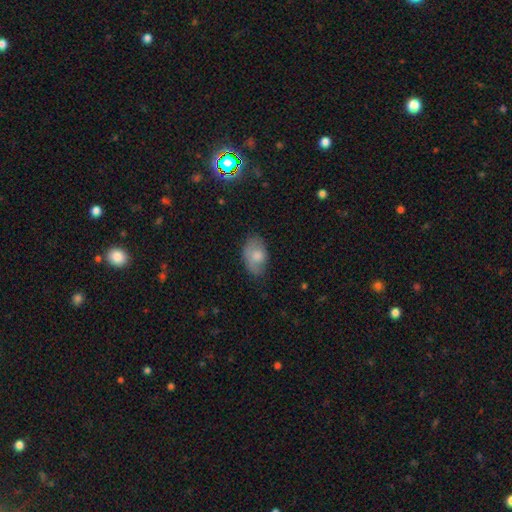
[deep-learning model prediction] smooth_or_featured: smooth (p=0.75) [alt: featured or disk p=0.18]
how_rounded: in between (p=0.89) [alt: round p=0.09]
merging: none (p=0.67) [alt: minor disturbance p=0.24]